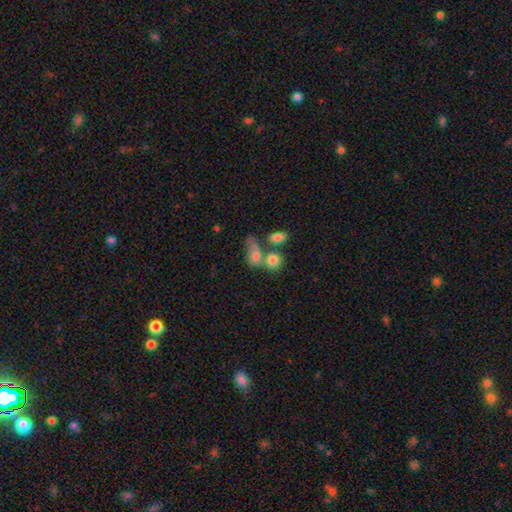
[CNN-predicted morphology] Smooth or featured: smooth — 75% (featured or disk — 14%)
How rounded: in between — 67% (round — 28%)
Merging: merger — 46% (none — 27%)